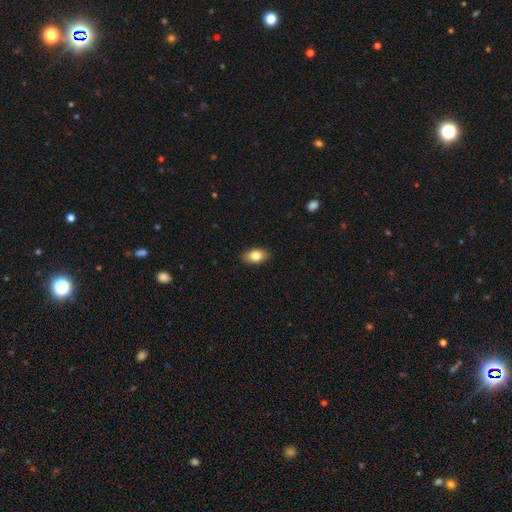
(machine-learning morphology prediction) Q: Smooth or featured?
A: smooth (82%); runner-up: featured or disk (10%)
Q: How rounded?
A: in between (90%); runner-up: round (8%)
Q: Merging?
A: none (89%); runner-up: minor disturbance (8%)